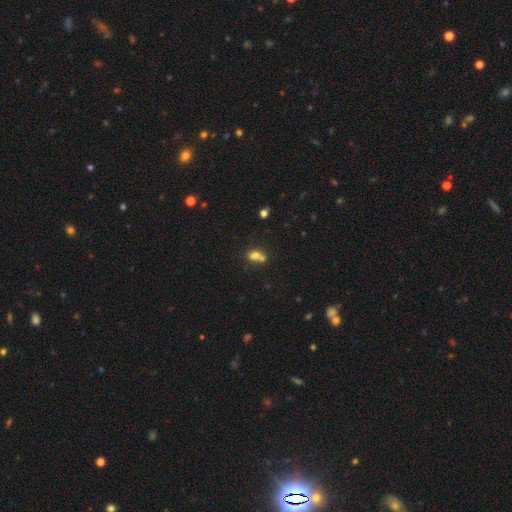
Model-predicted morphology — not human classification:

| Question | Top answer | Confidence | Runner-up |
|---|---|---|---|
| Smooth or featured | smooth | 70% | featured or disk (17%) |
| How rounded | in between | 54% | round (44%) |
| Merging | merger | 56% | none (30%) |